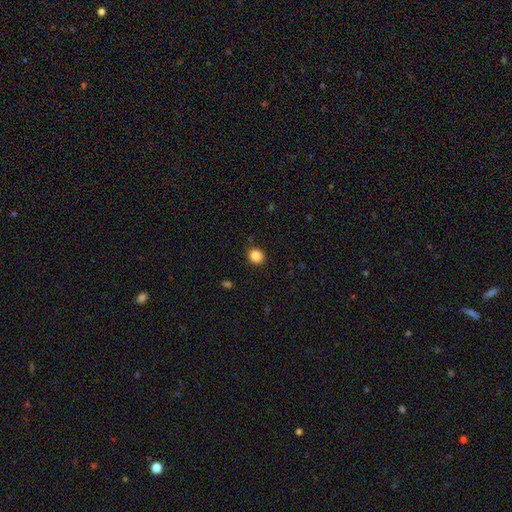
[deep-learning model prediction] Morphology: type=smooth (86%); roundness=round (86%); merging=none (88%).